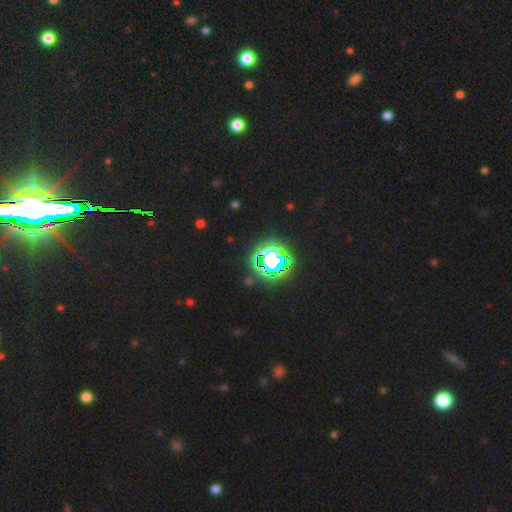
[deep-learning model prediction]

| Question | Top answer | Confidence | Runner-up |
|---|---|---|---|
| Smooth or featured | star or artifact | 79% | smooth (14%) |